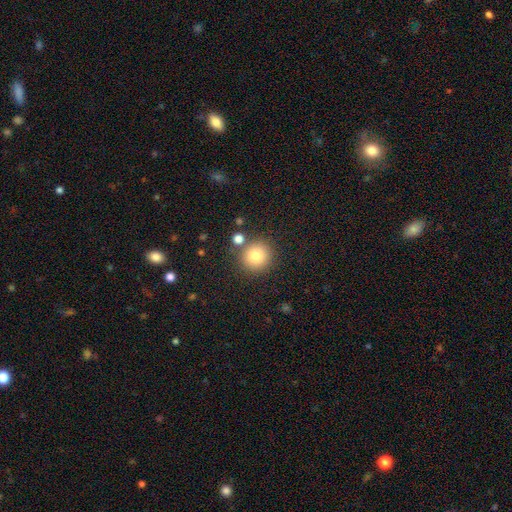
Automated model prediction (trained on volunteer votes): This is likely a smooth galaxy (79%). How rounded: clearly round (93%). Merging: clearly none (81%).